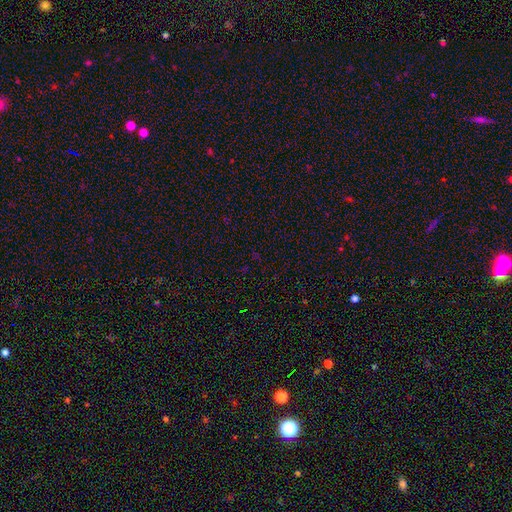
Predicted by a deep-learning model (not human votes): Smooth or featured? Predicted: star or artifact (p=0.70).